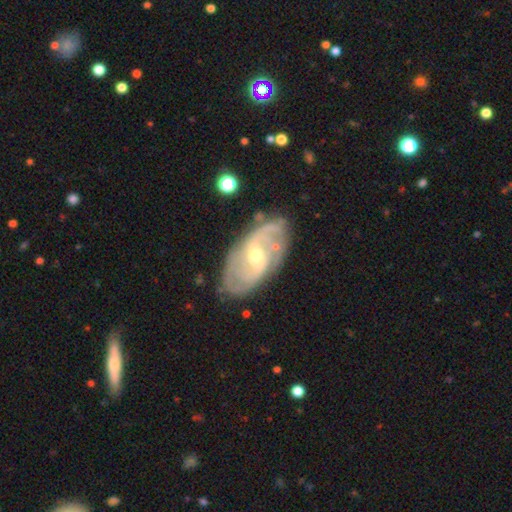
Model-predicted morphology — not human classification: A featured or disk galaxy (83%) with a weak bar (52%), 2 (58%) medium (42%) spiral arms (91%) and a small central bulge (51%). Merging: none (74%).